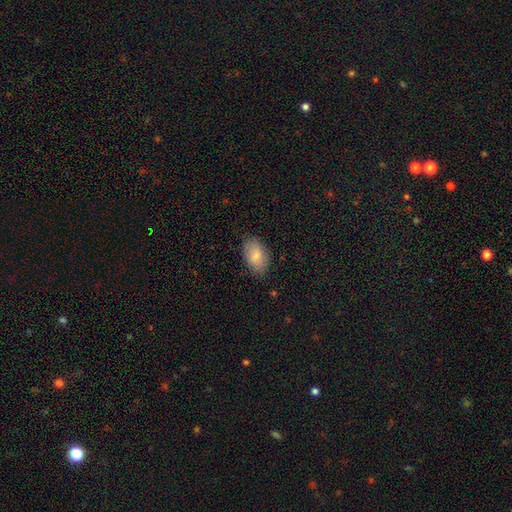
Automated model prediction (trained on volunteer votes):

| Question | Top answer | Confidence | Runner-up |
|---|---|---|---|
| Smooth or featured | smooth | 81% | featured or disk (12%) |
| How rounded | in between | 92% | round (6%) |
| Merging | none | 82% | minor disturbance (14%) |